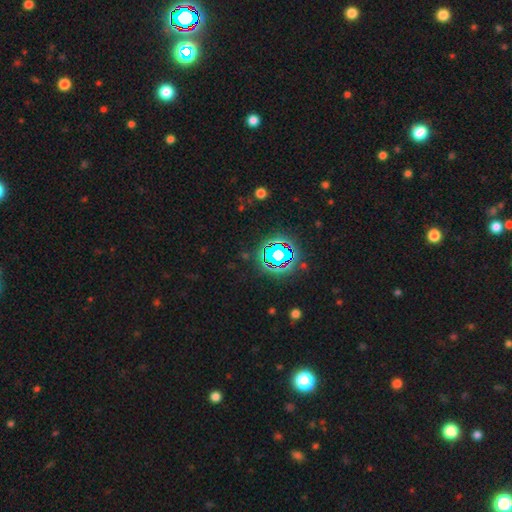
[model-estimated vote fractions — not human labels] star or artifact 78%, smooth 12%, featured or disk 9%.